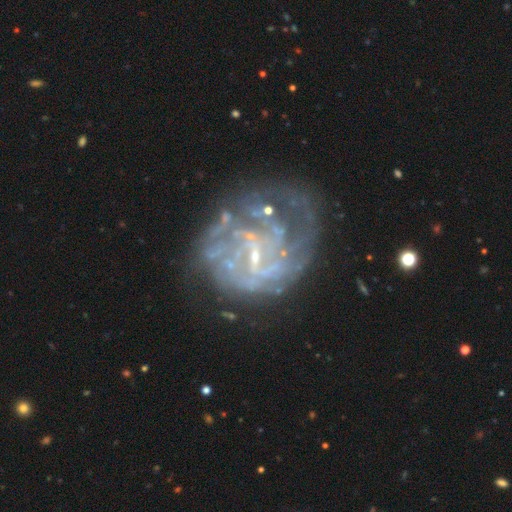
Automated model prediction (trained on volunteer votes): Smooth or featured?
  - featured or disk: 81% *
  - star or artifact: 9%
  - smooth: 9%
Edge-on disk?
  - no: 98% *
  - yes: 2%
Bar?
  - weak: 51% *
  - no: 35%
  - strong: 15%
Spiral arms?
  - yes: 76% *
  - no: 24%
Spiral winding?
  - tight: 44% *
  - medium: 36%
  - loose: 20%
Spiral arm count?
  - can't tell: 48% *
  - 2: 16%
  - 3: 13%
  - 4: 10%
  - 1: 7%
  - more than 4: 6%
Bulge size?
  - small: 66% *
  - none: 22%
  - moderate: 10%
  - large: 1%
  - dominant: 1%
Merging?
  - none: 48% *
  - major disturbance: 28%
  - minor disturbance: 20%
  - merger: 4%